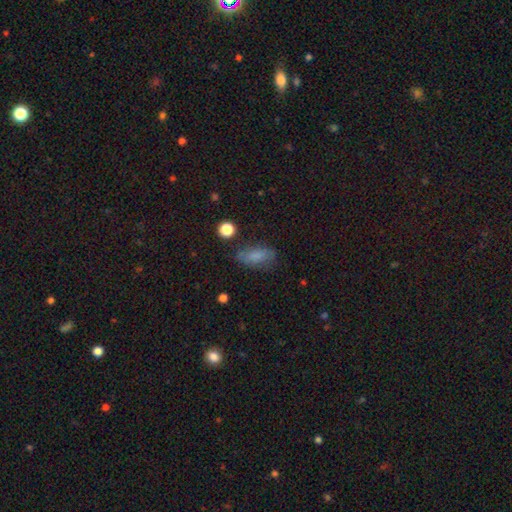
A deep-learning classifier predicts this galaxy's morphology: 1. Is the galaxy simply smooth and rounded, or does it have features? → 78% smooth, 12% featured or disk, 10% star or artifact.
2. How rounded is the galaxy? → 77% in between, 18% cigar-shaped, 5% round.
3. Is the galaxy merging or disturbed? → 70% none, 20% minor disturbance, 7% major disturbance, 3% merger.